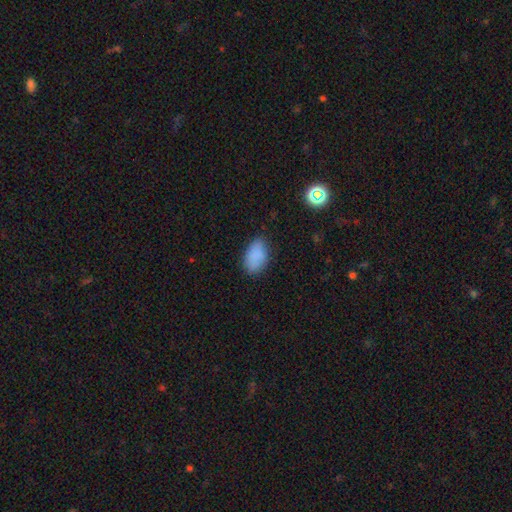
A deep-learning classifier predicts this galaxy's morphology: Smooth or featured? Predicted: smooth (p=0.86). How rounded? Predicted: in between (p=0.91). Merging? Predicted: none (p=0.76).